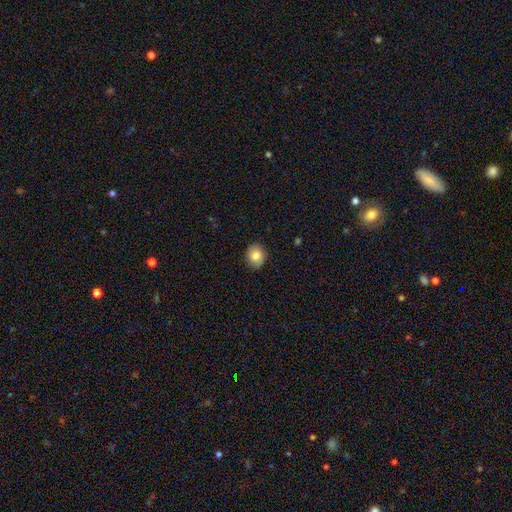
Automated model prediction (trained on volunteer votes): The model was most divided on "how rounded": round: 65%, in between: 34%, cigar-shaped: 1%. More confident: merging — none (86%); smooth or featured — smooth (81%).